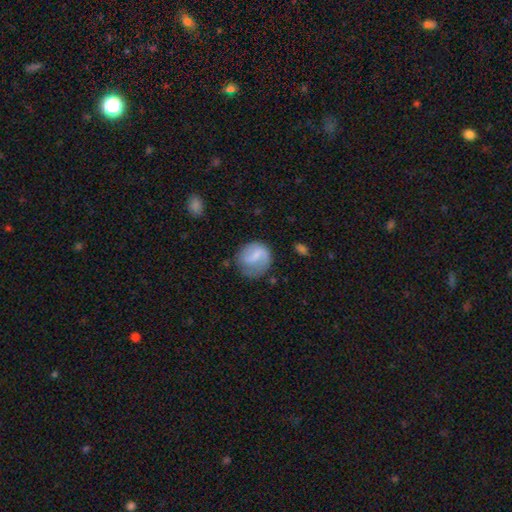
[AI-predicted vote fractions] Morphology: type=smooth (48%); merging=none (56%).